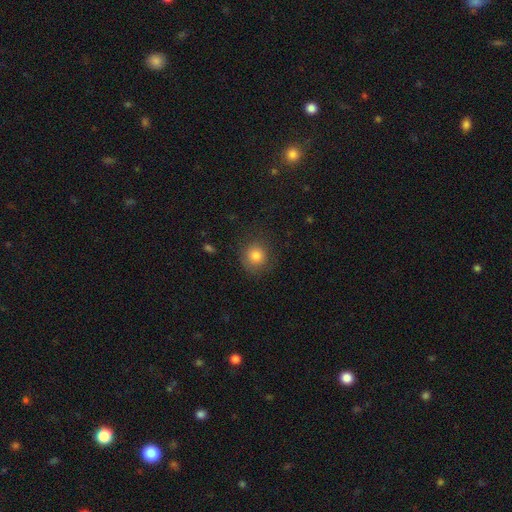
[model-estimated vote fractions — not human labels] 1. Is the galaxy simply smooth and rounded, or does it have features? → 80% smooth, 11% star or artifact, 9% featured or disk.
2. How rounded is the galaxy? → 88% round, 11% in between, 1% cigar-shaped.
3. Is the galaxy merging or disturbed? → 79% none, 14% minor disturbance, 6% major disturbance, 1% merger.